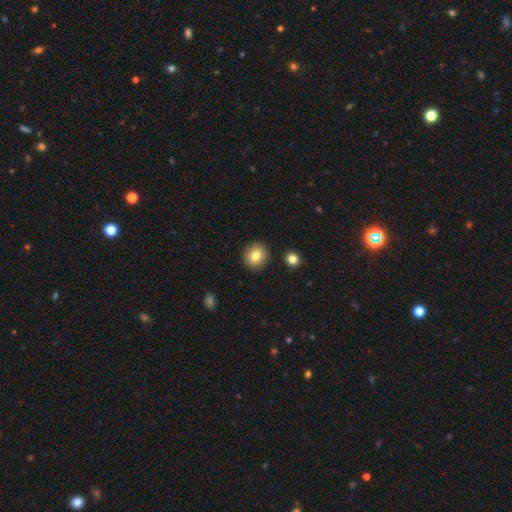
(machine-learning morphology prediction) This is clearly a smooth galaxy (81%). How rounded: clearly round (84%). Merging: clearly none (90%).